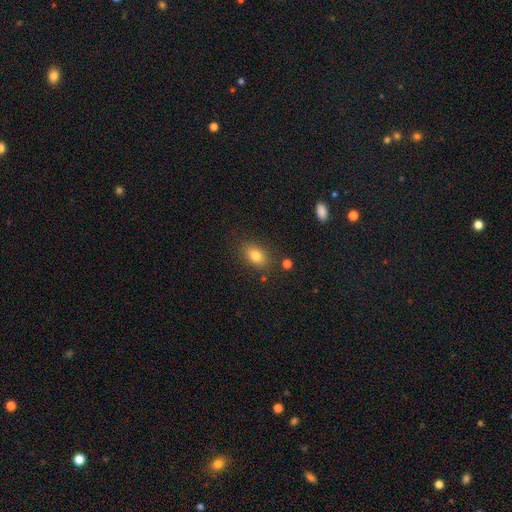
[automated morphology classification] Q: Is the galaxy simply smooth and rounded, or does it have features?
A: smooth — 80%.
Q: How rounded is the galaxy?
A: in between — 81%.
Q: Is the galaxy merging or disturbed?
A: none — 82%.